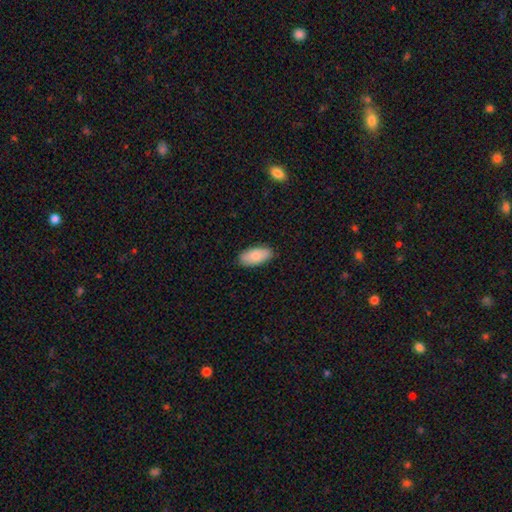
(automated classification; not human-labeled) The model was most divided on "smooth or featured": smooth: 86%, featured or disk: 8%, star or artifact: 6%. More confident: how rounded — in between (93%); merging — none (88%).